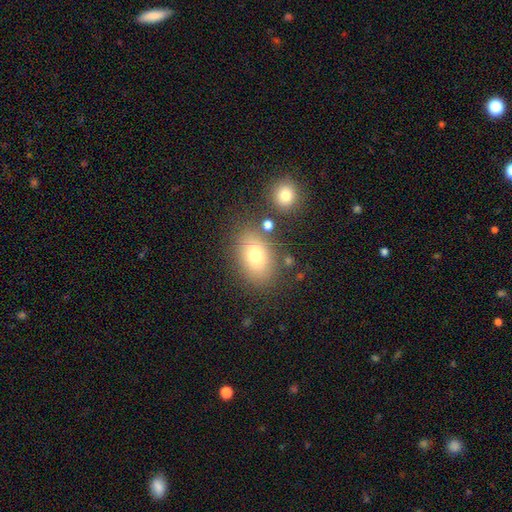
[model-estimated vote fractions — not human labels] The model was most divided on "how rounded": in between: 76%, round: 22%, cigar-shaped: 1%. More confident: merging — none (76%); smooth or featured — smooth (74%).